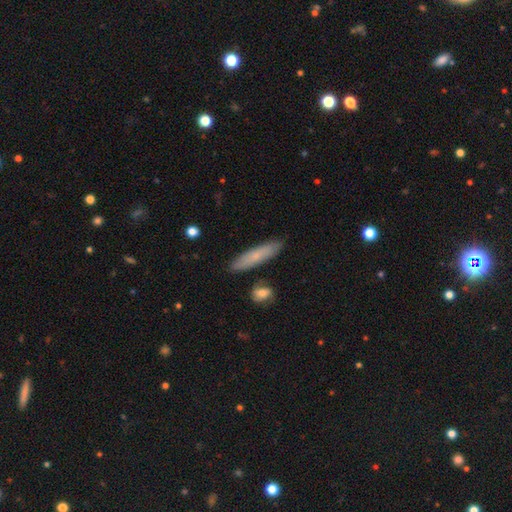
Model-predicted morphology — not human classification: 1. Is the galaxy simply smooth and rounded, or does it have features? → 72% smooth, 21% featured or disk, 6% star or artifact.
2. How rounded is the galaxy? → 82% cigar-shaped, 16% in between, 2% round.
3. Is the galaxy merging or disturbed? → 86% none, 9% minor disturbance, 3% merger, 2% major disturbance.